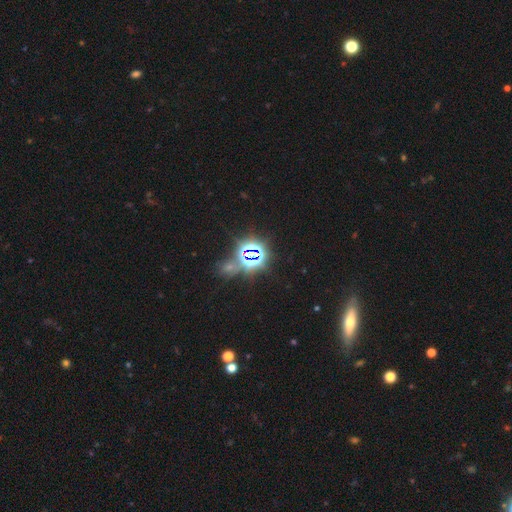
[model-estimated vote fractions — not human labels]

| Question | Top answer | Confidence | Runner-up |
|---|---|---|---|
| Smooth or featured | star or artifact | 80% | smooth (12%) |